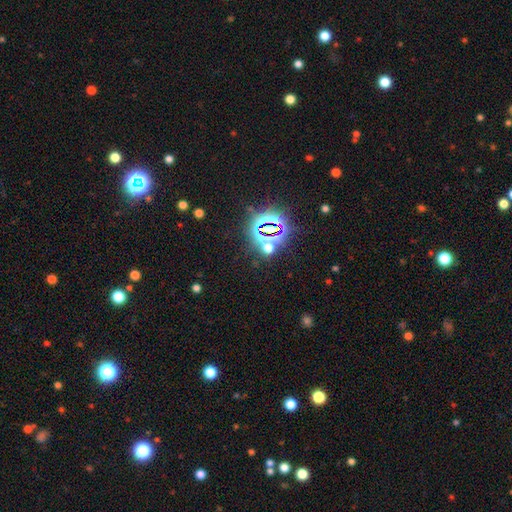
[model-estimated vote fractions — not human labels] Morphology: type=star or artifact (82%).